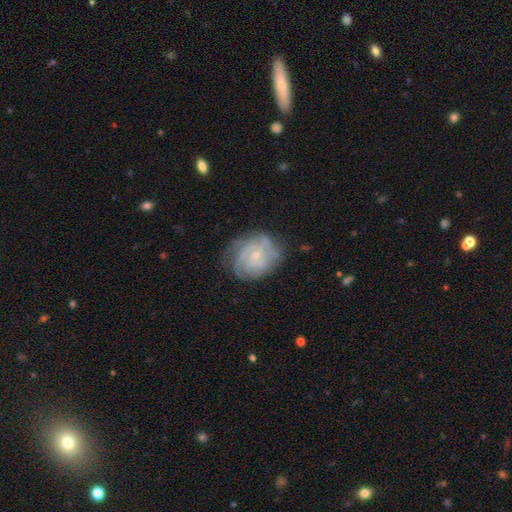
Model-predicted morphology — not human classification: smooth_or_featured: featured or disk (p=0.77) [alt: smooth p=0.17]
disk_edge_on: no (p=0.98) [alt: yes p=0.02]
bar: no (p=0.75) [alt: weak p=0.22]
has_spiral_arms: yes (p=0.91) [alt: no p=0.09]
spiral_winding: tight (p=0.66) [alt: medium p=0.27]
spiral_arm_count: can't tell (p=0.39) [alt: 3 p=0.21]
bulge_size: small (p=0.72) [alt: moderate p=0.23]
merging: none (p=0.67) [alt: minor disturbance p=0.22]